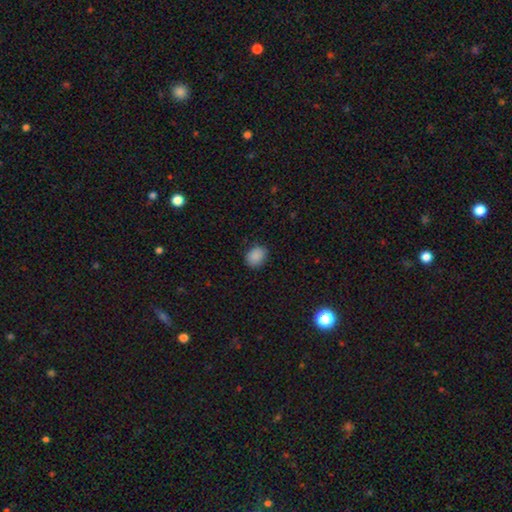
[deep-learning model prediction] smooth 88%, star or artifact 9%, featured or disk 3%. Down the decision tree: how rounded — in between (57%); merging — none (85%).